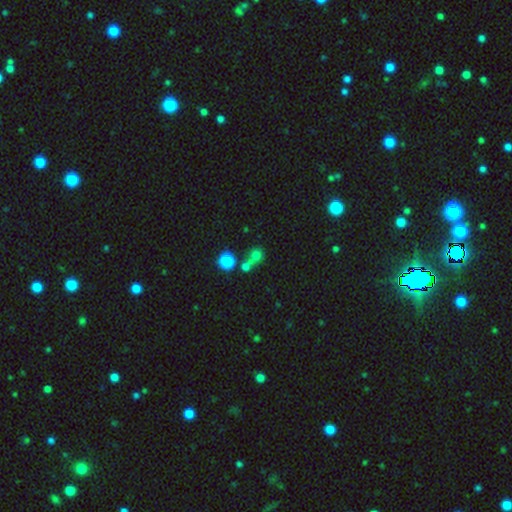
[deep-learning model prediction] A smooth galaxy with no disk features (67%) that is round (84%).

Vote fractions:
- Smooth or featured? smooth: 67% / star or artifact: 23% / featured or disk: 10%
- How rounded? round: 84% / in between: 15% / cigar-shaped: 1%
- Merging? none: 48% / merger: 39% / minor disturbance: 8% / major disturbance: 5%